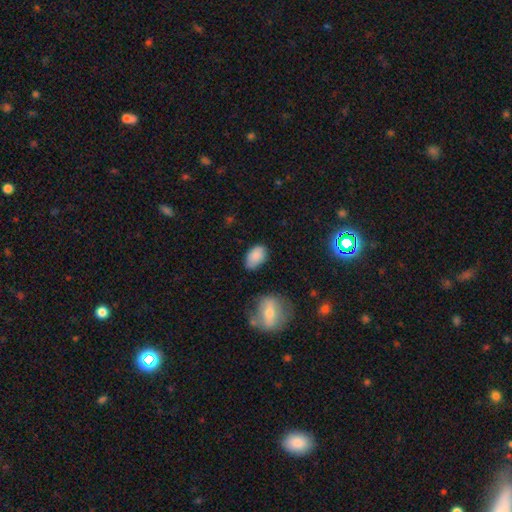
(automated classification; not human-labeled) smooth_or_featured: smooth (p=0.84) [alt: star or artifact p=0.08]
how_rounded: in between (p=0.91) [alt: round p=0.08]
merging: none (p=0.67) [alt: minor disturbance p=0.25]